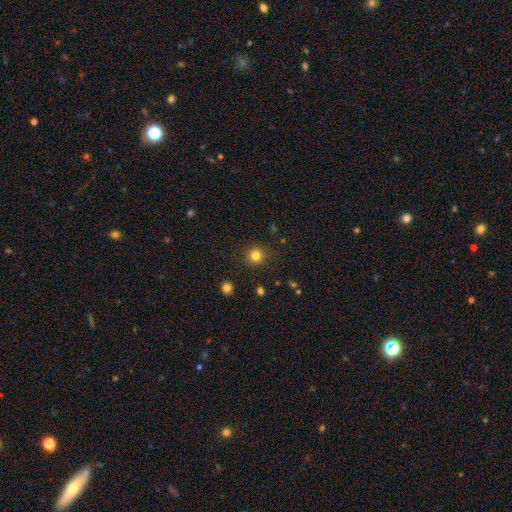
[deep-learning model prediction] Morphology: type=smooth (82%); roundness=round (93%); merging=none (88%).